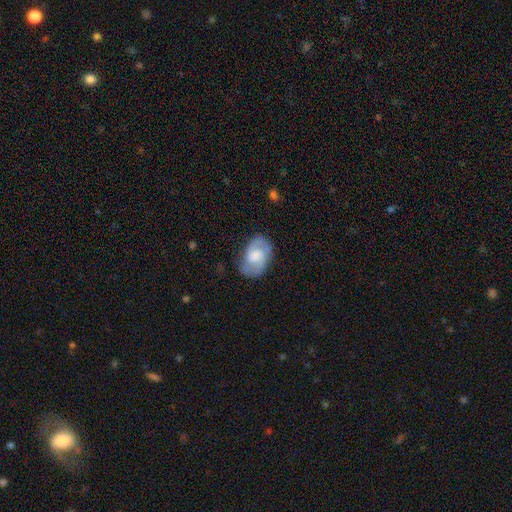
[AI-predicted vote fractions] Overall: featured or disk (68%). Edge-on disk: no (97%). Bar: weak (48%; no 43%). Spiral arms: yes (91%). Spiral arm count: 2 (85%). Spiral winding: medium (51%; tight 28%). Bulge size: moderate (36%; small 22%). Merging: none (74%).